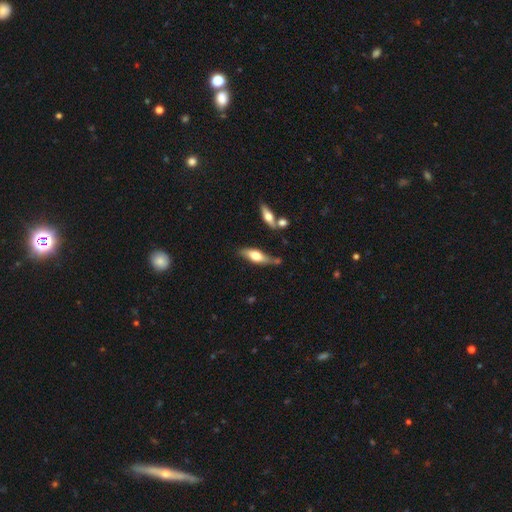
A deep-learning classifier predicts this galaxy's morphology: smooth 52%, featured or disk 42%, star or artifact 6%. Down the decision tree: how rounded — in between (51%); merging — none (61%).